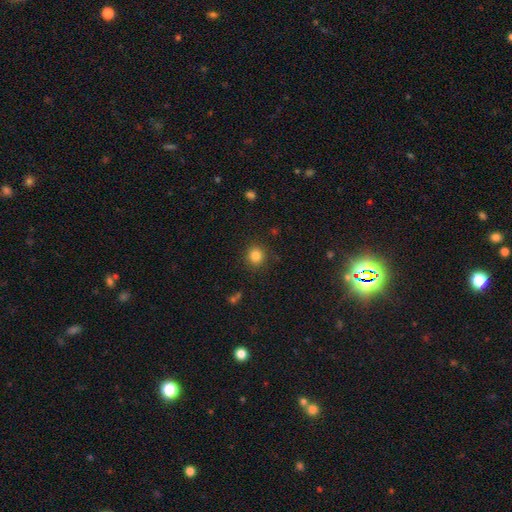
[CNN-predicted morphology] Smooth or featured? smooth (83%)
How rounded? round (90%)
Merging? none (89%)